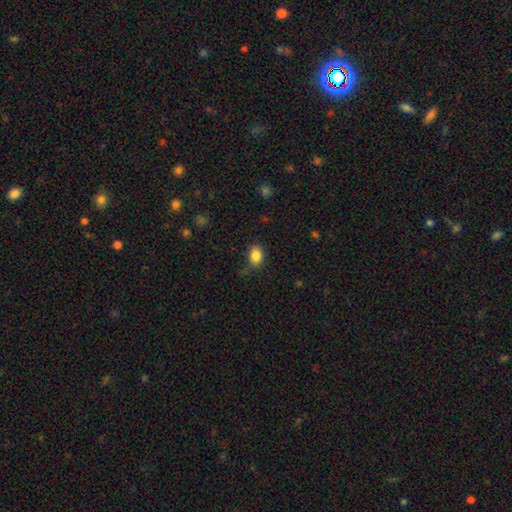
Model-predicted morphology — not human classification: Smooth or featured: smooth — 85% (star or artifact — 9%)
How rounded: in between — 72% (round — 27%)
Merging: none — 78% (minor disturbance — 16%)